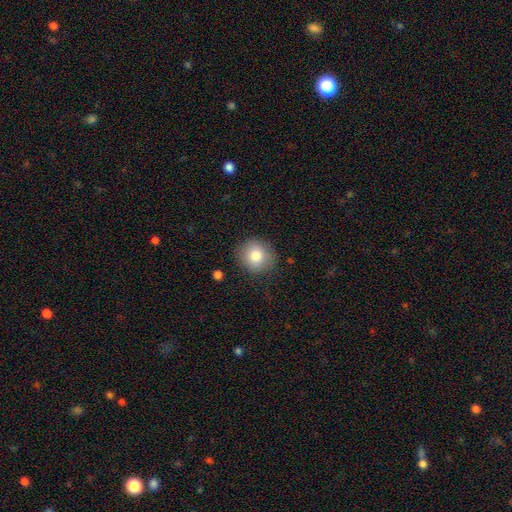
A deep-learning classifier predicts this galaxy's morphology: Q: Smooth or featured?
A: smooth (82%); runner-up: featured or disk (10%)
Q: How rounded?
A: round (87%); runner-up: in between (12%)
Q: Merging?
A: none (85%); runner-up: minor disturbance (11%)